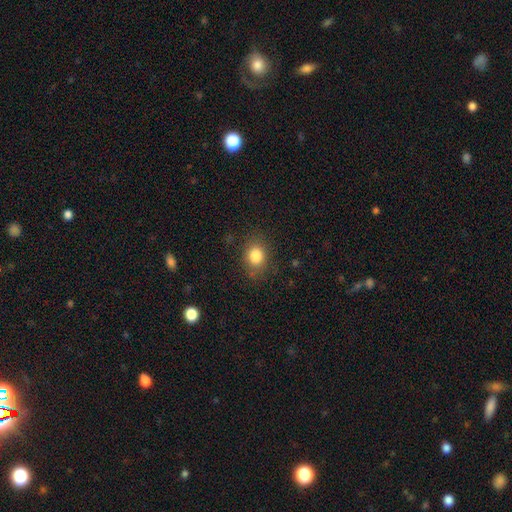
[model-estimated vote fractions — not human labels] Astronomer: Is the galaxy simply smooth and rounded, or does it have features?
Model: smooth — 83%.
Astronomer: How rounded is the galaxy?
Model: round — 56% (runner-up: in between, 43%).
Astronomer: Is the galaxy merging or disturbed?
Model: none — 81%.